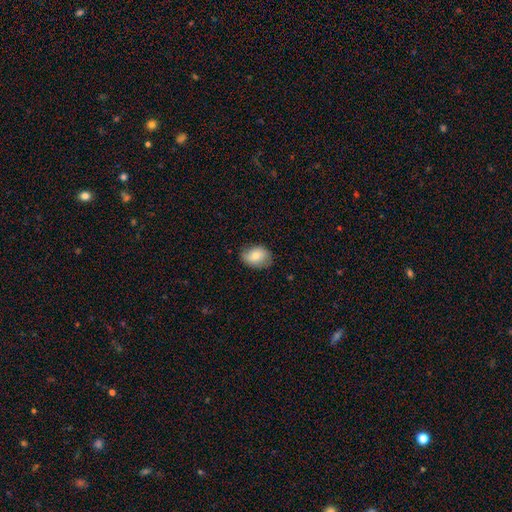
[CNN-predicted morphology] Smooth or featured: smooth — 73% (featured or disk — 20%)
How rounded: in between — 73% (round — 26%)
Merging: none — 76% (minor disturbance — 19%)